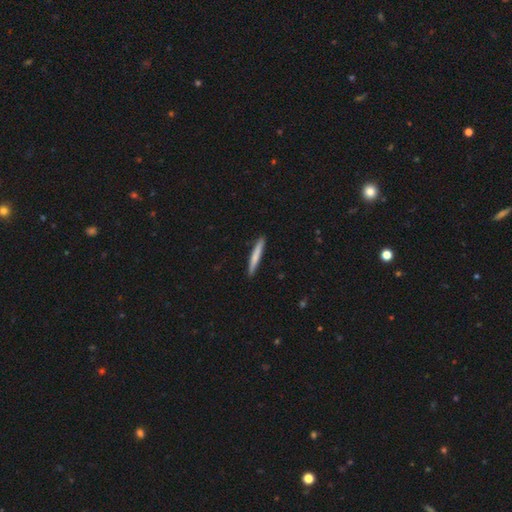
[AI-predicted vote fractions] smooth 72%, featured or disk 23%, star or artifact 5%. Down the decision tree: how rounded — cigar-shaped (96%); merging — none (90%).